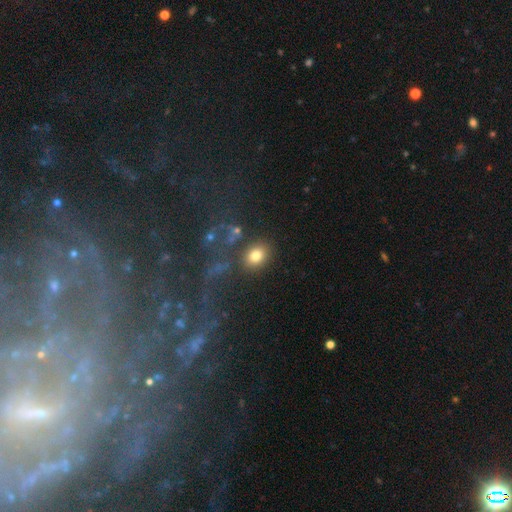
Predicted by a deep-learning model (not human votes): A smooth galaxy with no disk features (78%) that is in between round and cigar-shaped (53%).

Vote fractions:
- Smooth or featured? smooth: 78% / star or artifact: 12% / featured or disk: 10%
- How rounded? in between: 53% / round: 46% / cigar-shaped: 1%
- Merging? none: 76% / minor disturbance: 11% / merger: 7% / major disturbance: 6%